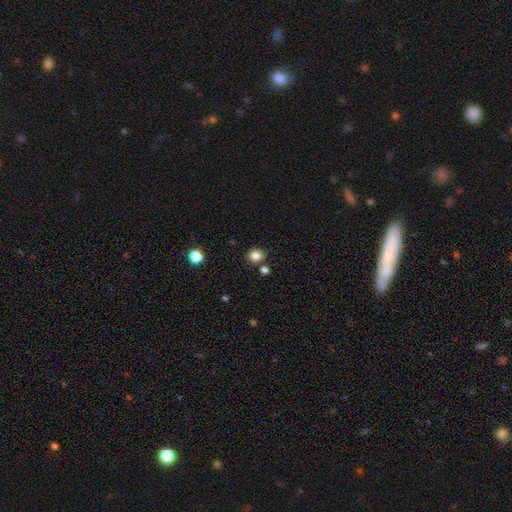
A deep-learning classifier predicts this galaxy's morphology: A smooth galaxy with no disk features (83%) that is round (70%).

Vote fractions:
- Smooth or featured? smooth: 83% / star or artifact: 12% / featured or disk: 5%
- How rounded? round: 70% / in between: 29% / cigar-shaped: 1%
- Merging? none: 83% / minor disturbance: 9% / merger: 6% / major disturbance: 2%